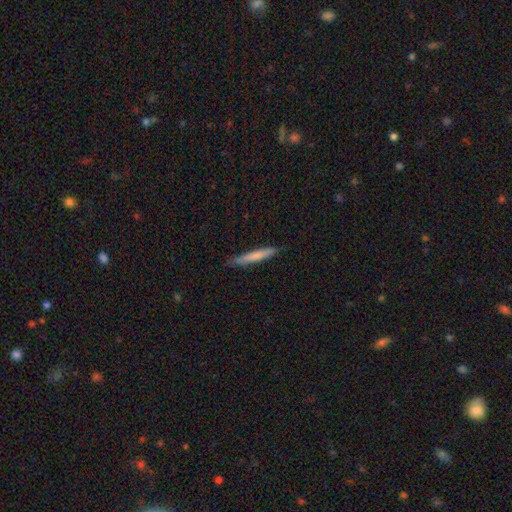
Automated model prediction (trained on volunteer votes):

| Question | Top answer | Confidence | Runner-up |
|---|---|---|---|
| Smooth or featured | smooth | 72% | featured or disk (23%) |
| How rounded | cigar-shaped | 95% | in between (3%) |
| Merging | none | 86% | minor disturbance (11%) |